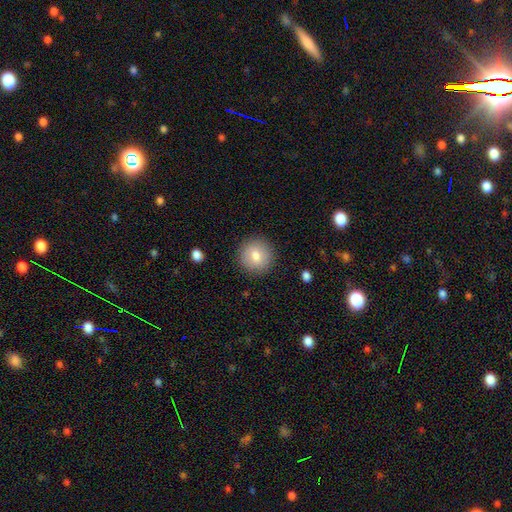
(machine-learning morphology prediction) The model was most divided on "smooth or featured": smooth: 78%, featured or disk: 14%, star or artifact: 9%. More confident: how rounded — round (92%); merging — none (89%).